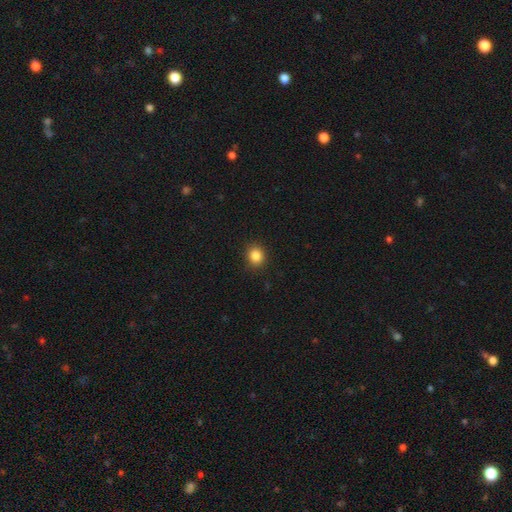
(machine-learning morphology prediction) Smooth or featured? smooth (85%)
How rounded? round (76%)
Merging? none (90%)